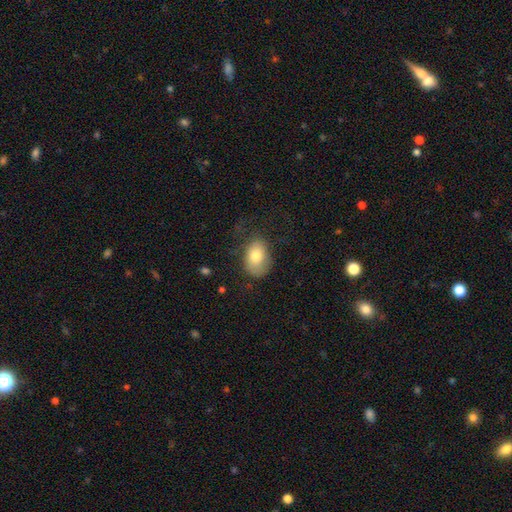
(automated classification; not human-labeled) Q: Smooth or featured?
A: smooth (76%); runner-up: featured or disk (16%)
Q: How rounded?
A: in between (83%); runner-up: round (15%)
Q: Merging?
A: none (57%); runner-up: minor disturbance (27%)